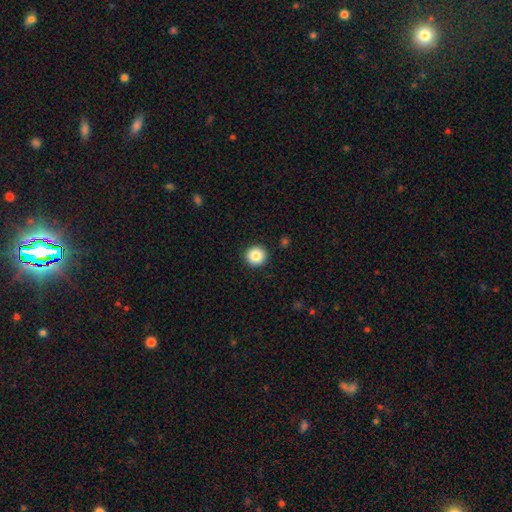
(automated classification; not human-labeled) The model was most divided on "smooth or featured": smooth: 85%, star or artifact: 9%, featured or disk: 5%. More confident: how rounded — round (94%); merging — none (92%).